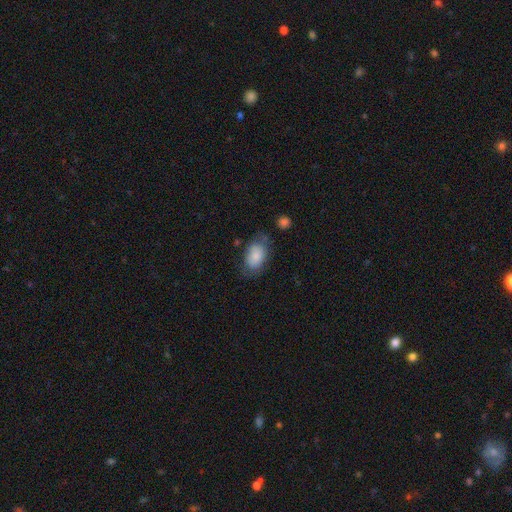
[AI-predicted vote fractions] smooth 81%, featured or disk 12%, star or artifact 7%. Down the decision tree: how rounded — in between (87%); merging — none (60%).